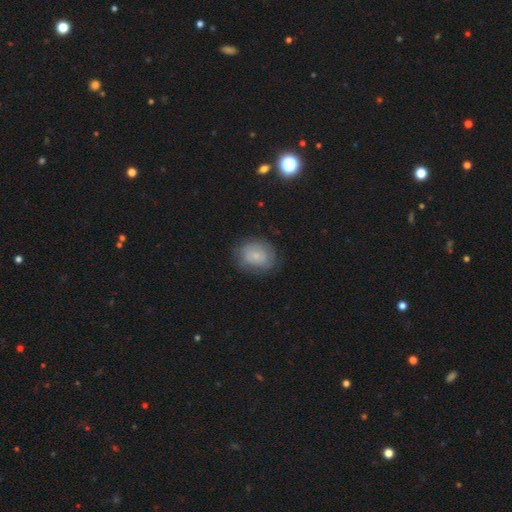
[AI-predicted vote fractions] Morphology: type=smooth (60%); roundness=round (57%); merging=none (72%).